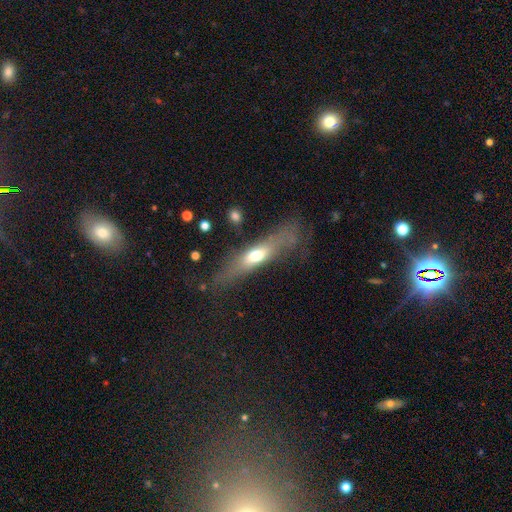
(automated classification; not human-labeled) Smooth or featured: smooth — 48% (featured or disk — 45%)
Merging: none — 64% (minor disturbance — 19%)